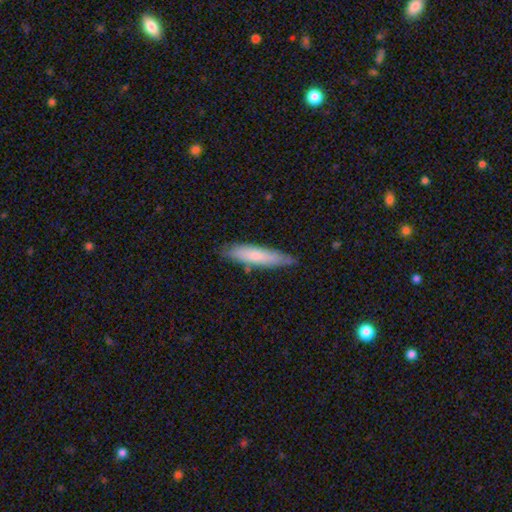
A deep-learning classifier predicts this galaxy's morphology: A smooth galaxy with no disk features (69%) that is cigar-shaped (83%).

Vote fractions:
- Smooth or featured? smooth: 69% / featured or disk: 25% / star or artifact: 6%
- How rounded? cigar-shaped: 83% / in between: 16% / round: 1%
- Merging? none: 78% / minor disturbance: 17% / major disturbance: 3% / merger: 2%